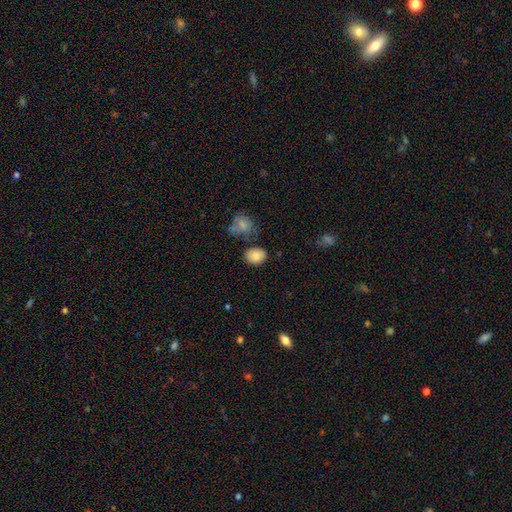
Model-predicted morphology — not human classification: The model was most divided on "how rounded": in between: 51%, round: 48%, cigar-shaped: 1%. More confident: smooth or featured — smooth (85%); merging — none (72%).